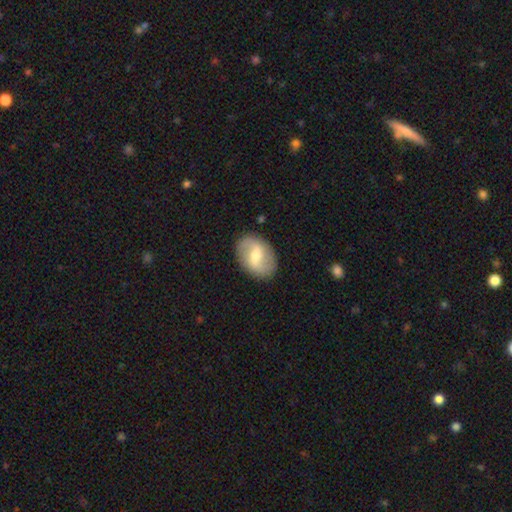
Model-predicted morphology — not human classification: Overall: featured or disk (57%; smooth 36%). Edge-on disk: no (95%). Bar: weak (49%; strong 34%). Spiral arms: yes (62%; no 38%). Bulge size: moderate (63%; small 26%). Merging: none (86%).